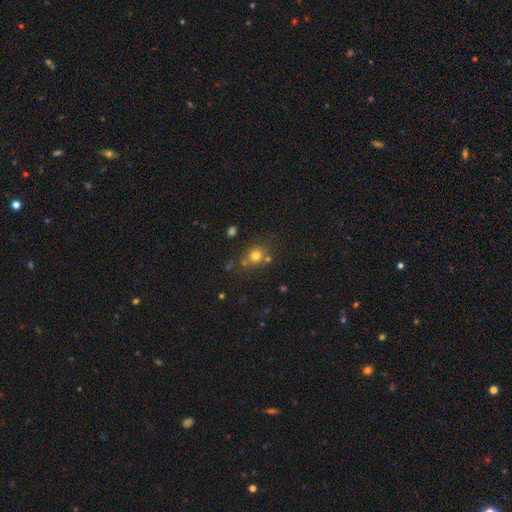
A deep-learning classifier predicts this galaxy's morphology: Overall: smooth (74%). How rounded: round (77%). Merging: none (69%).